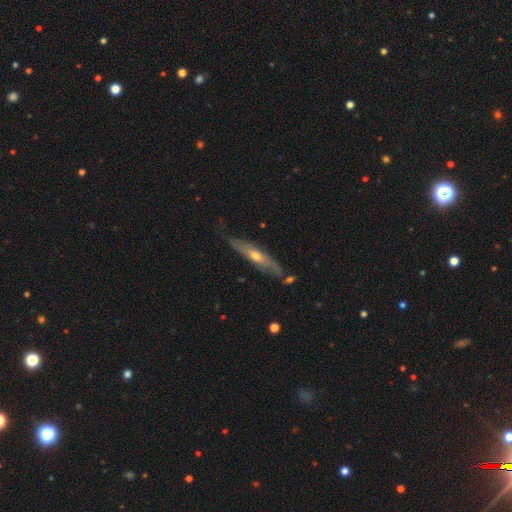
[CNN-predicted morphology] featured or disk 67%, smooth 26%, star or artifact 7%. Down the decision tree: edge-on disk — yes (75%); edge-on bulge — rounded (83%); merging — none (75%).